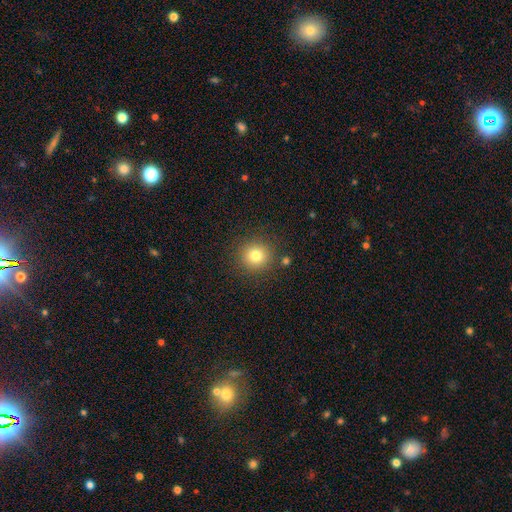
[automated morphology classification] Smooth or featured? smooth (80%)
How rounded? round (92%)
Merging? none (87%)